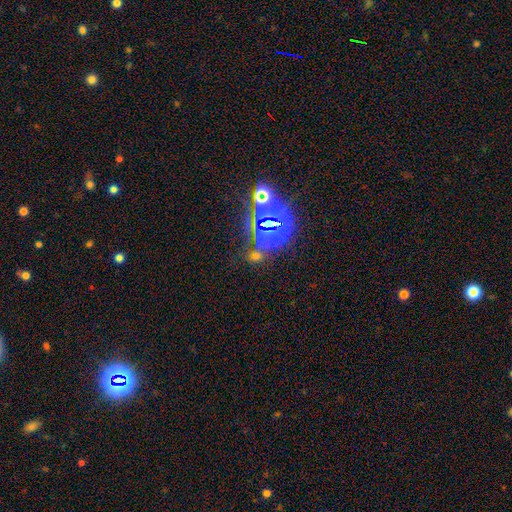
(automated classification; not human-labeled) Smooth or featured?
  - star or artifact: 63% *
  - smooth: 28%
  - featured or disk: 9%